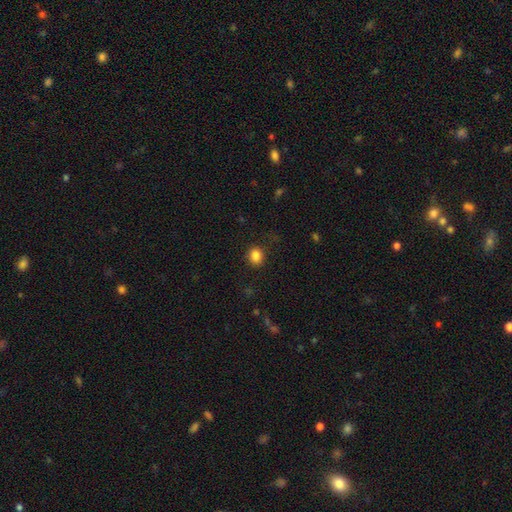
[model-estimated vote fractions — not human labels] smooth 85%, star or artifact 11%, featured or disk 5%. Down the decision tree: how rounded — round (59%); merging — none (86%).